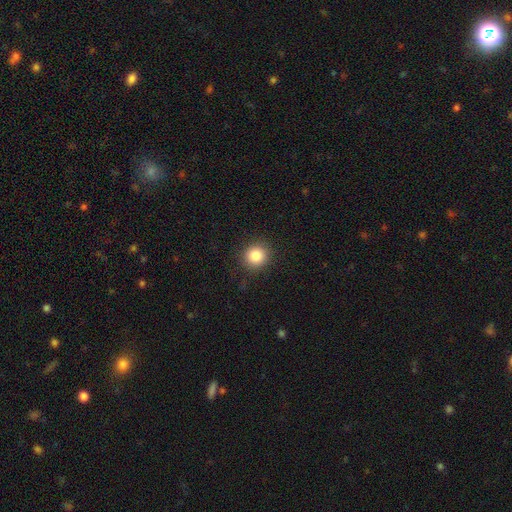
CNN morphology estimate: Smooth or featured: smooth — 85% (star or artifact — 10%)
How rounded: round — 87% (in between — 12%)
Merging: none — 89% (minor disturbance — 8%)